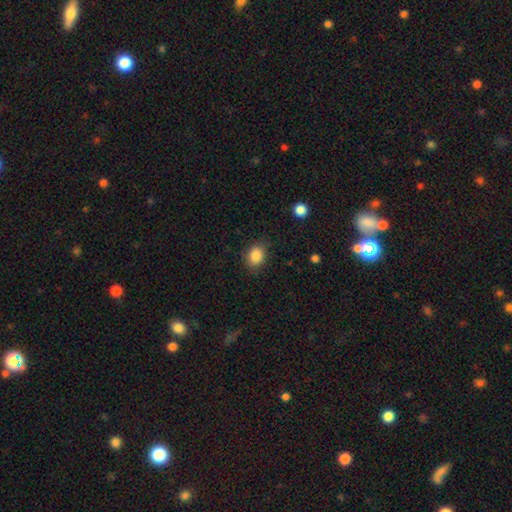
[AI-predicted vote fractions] smooth_or_featured: smooth (p=0.86) [alt: star or artifact p=0.09]
how_rounded: in between (p=0.50) [alt: round p=0.49]
merging: none (p=0.81) [alt: minor disturbance p=0.14]